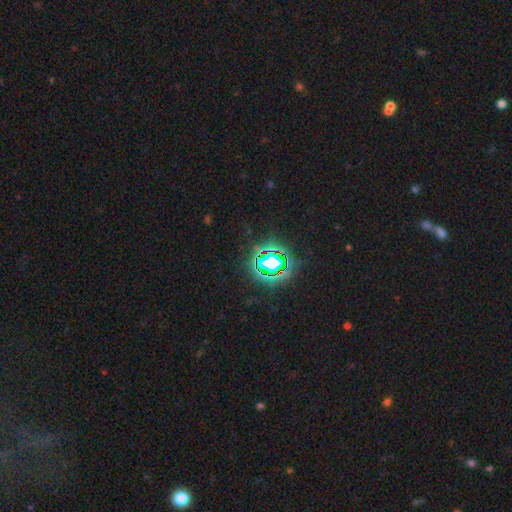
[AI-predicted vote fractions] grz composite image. It shows a star or artifact, not a galaxy (79%).